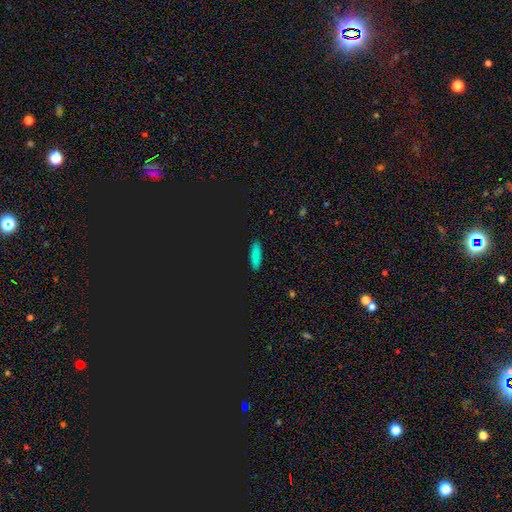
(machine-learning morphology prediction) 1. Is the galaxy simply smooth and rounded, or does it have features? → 79% smooth, 16% star or artifact, 6% featured or disk.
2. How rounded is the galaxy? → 54% cigar-shaped, 43% in between, 3% round.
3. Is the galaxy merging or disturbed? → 90% none, 8% minor disturbance, 2% major disturbance, 1% merger.